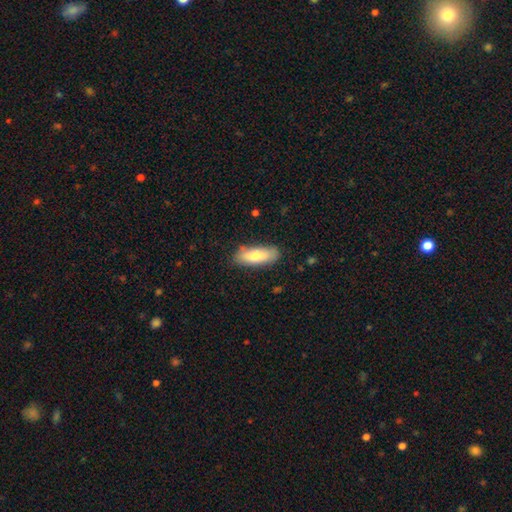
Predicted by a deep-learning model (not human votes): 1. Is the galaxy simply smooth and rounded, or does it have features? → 77% smooth, 17% featured or disk, 6% star or artifact.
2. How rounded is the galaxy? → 69% in between, 29% cigar-shaped, 2% round.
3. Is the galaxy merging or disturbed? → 81% none, 15% minor disturbance, 3% major disturbance, 2% merger.